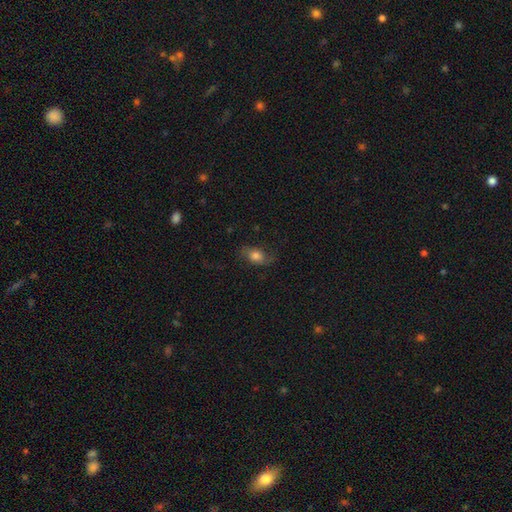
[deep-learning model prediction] smooth 64%, featured or disk 26%, star or artifact 10%. Down the decision tree: how rounded — in between (79%); merging — none (66%).